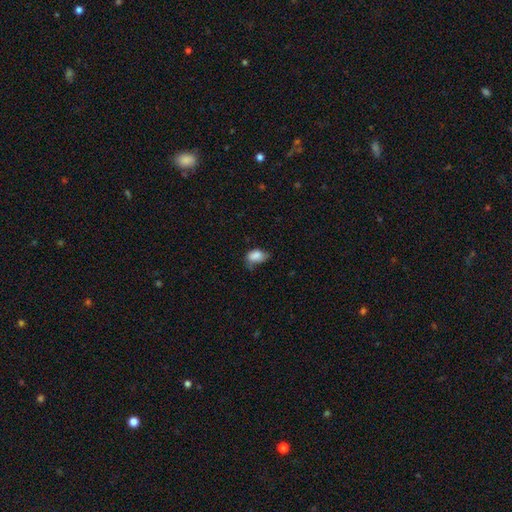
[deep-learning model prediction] Q: Smooth or featured?
A: smooth (84%); runner-up: star or artifact (8%)
Q: How rounded?
A: in between (87%); runner-up: round (12%)
Q: Merging?
A: minor disturbance (40%); tied with: none (40%)